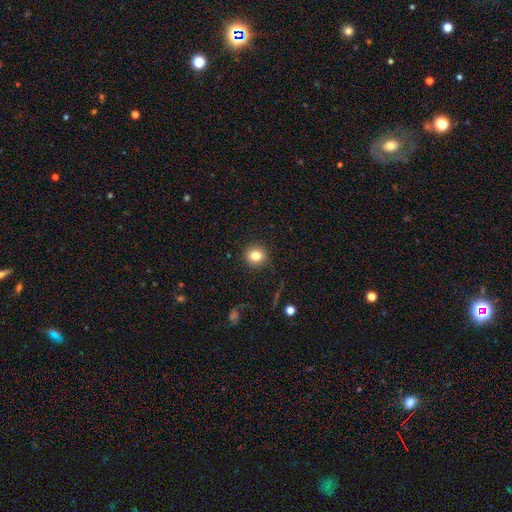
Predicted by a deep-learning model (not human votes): This is clearly a smooth galaxy (82%). How rounded: clearly round (90%). Merging: clearly none (91%).